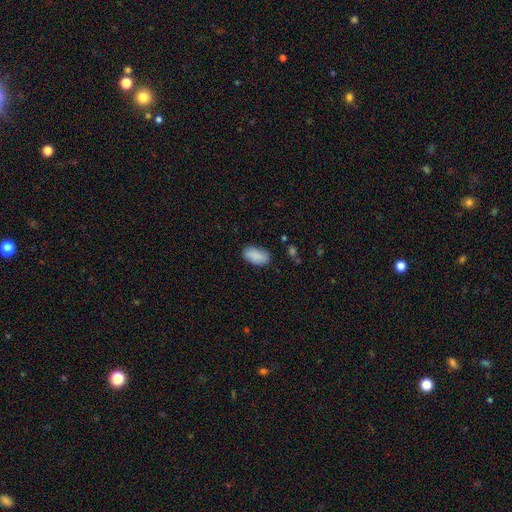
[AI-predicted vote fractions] Smooth or featured? smooth (85%)
How rounded? in between (93%)
Merging? none (78%)